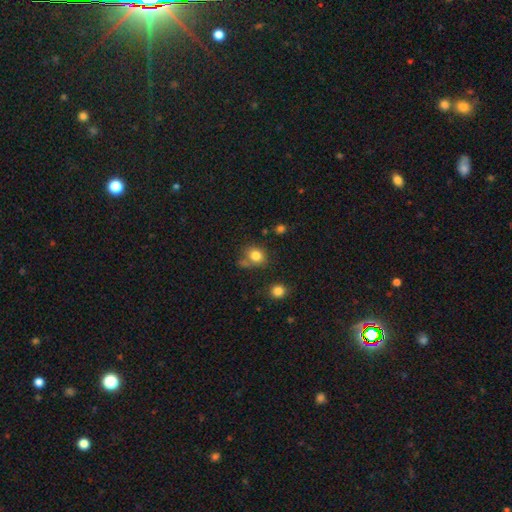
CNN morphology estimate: This appears to be a smooth galaxy with no disk features (81%) that is round (68%). Merging: none (65%).